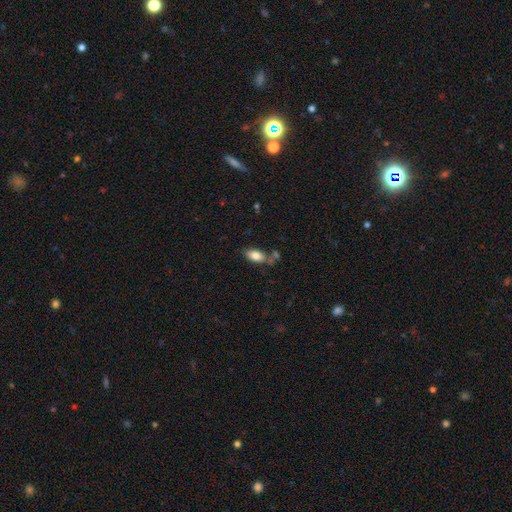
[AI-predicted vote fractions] Smooth or featured: smooth — 80% (featured or disk — 13%)
How rounded: in between — 90% (cigar-shaped — 6%)
Merging: none — 61% (minor disturbance — 17%)